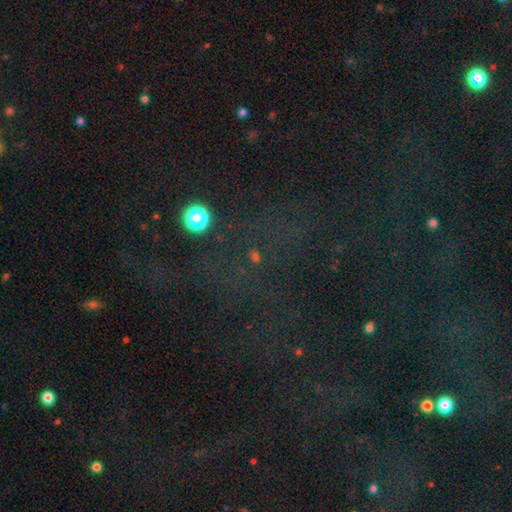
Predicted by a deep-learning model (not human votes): Morphology: type=star or artifact (64%).